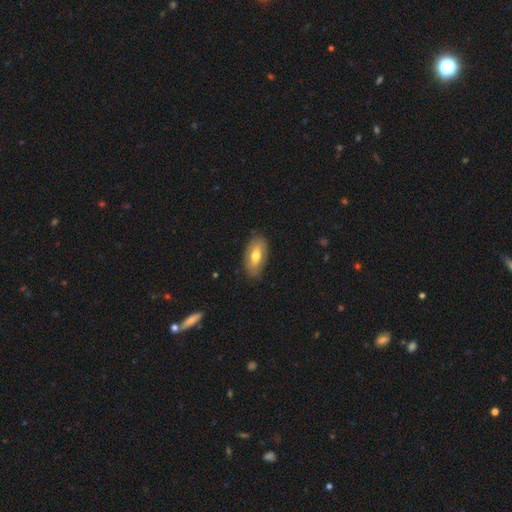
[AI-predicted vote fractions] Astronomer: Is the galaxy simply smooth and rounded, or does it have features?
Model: smooth — 62%.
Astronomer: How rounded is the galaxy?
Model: in between — 90%.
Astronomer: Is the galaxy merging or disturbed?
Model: none — 83%.